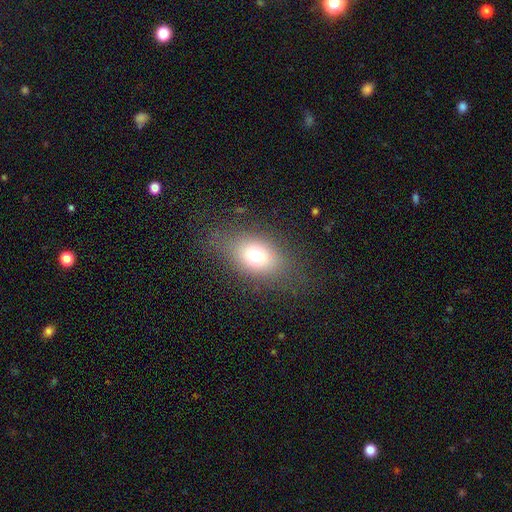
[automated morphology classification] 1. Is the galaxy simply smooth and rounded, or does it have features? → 69% smooth, 16% featured or disk, 14% star or artifact.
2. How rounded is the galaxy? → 72% in between, 26% round, 2% cigar-shaped.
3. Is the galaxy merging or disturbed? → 73% none, 16% minor disturbance, 10% major disturbance, 1% merger.